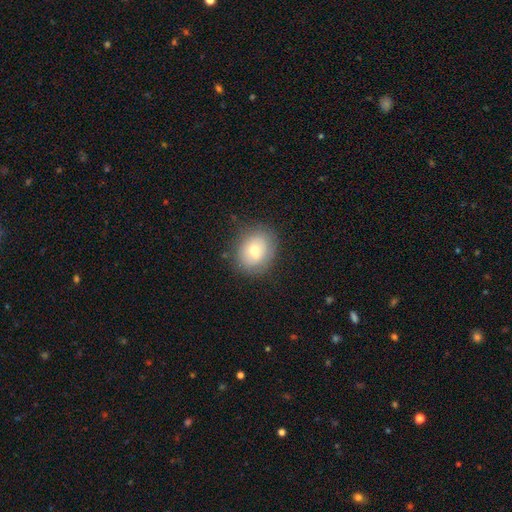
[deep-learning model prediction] smooth 64%, featured or disk 26%, star or artifact 10%. Down the decision tree: how rounded — round (57%); merging — none (71%).